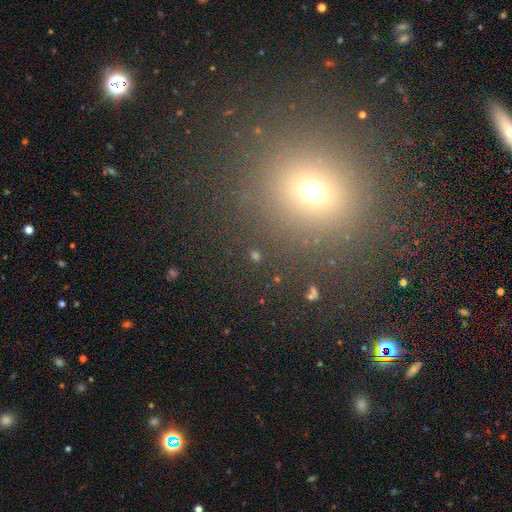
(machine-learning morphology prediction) This is possibly a smooth galaxy (47%). Merging: clearly none (83%).